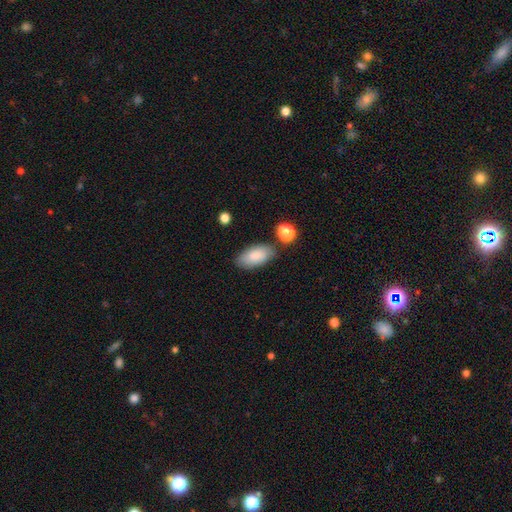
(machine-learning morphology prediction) Smooth or featured: smooth — 83% (featured or disk — 10%)
How rounded: in between — 93% (cigar-shaped — 5%)
Merging: none — 74% (minor disturbance — 16%)